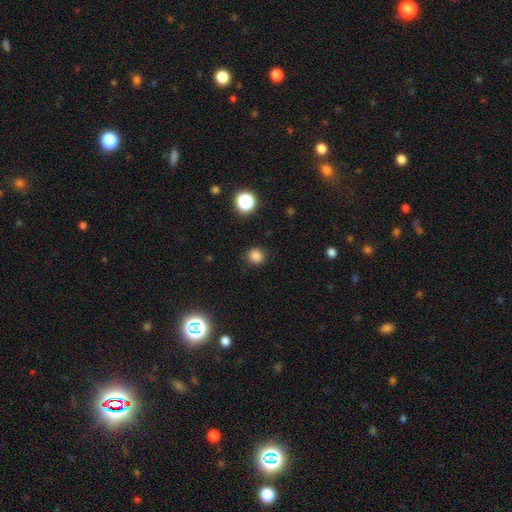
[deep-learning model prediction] A smooth galaxy with no disk features (82%) that is round (82%). Merging: none (88%).